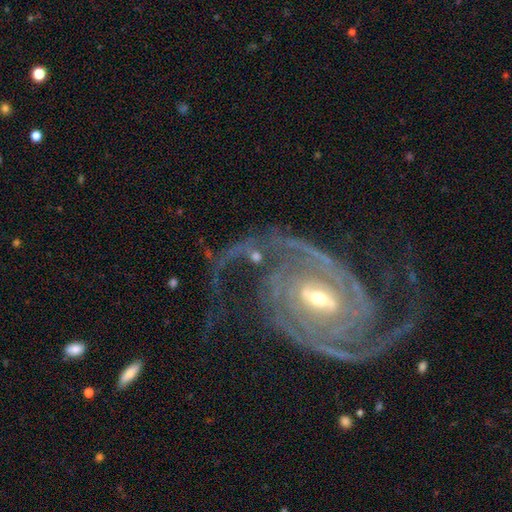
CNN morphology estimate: Smooth or featured: featured or disk — 83% (star or artifact — 9%)
Edge-on disk: no — 95% (yes — 5%)
Bar: weak — 38% (strong — 31%)
Spiral arms: yes — 87% (no — 13%)
Spiral winding: tight — 39% (medium — 35%)
Spiral arm count: 2 — 42% (can't tell — 24%)
Bulge size: moderate — 50% (small — 43%)
Merging: none — 43% (major disturbance — 31%)